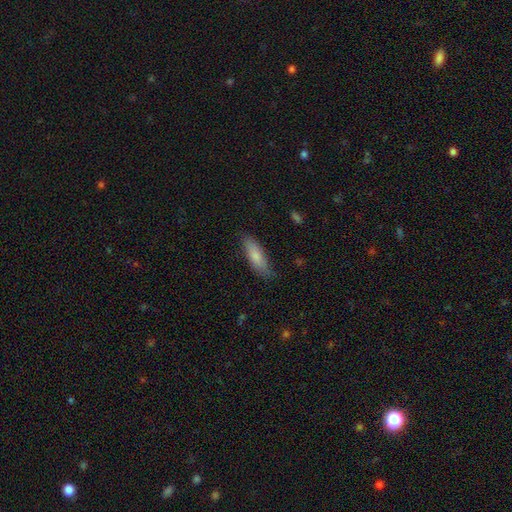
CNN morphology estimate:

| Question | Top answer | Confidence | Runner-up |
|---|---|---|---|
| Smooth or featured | smooth | 79% | featured or disk (15%) |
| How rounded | cigar-shaped | 50% | in between (49%) |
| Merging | none | 77% | minor disturbance (18%) |